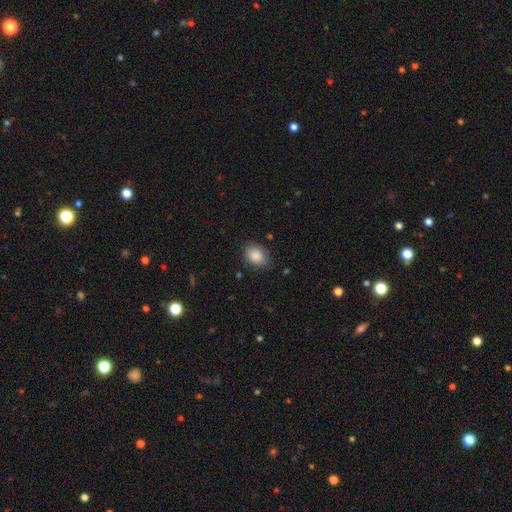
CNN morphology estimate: A smooth galaxy with no disk features (88%) that is in between round and cigar-shaped (72%).

Vote fractions:
- Smooth or featured? smooth: 88% / star or artifact: 8% / featured or disk: 5%
- How rounded? in between: 72% / round: 27% / cigar-shaped: 1%
- Merging? none: 82% / minor disturbance: 14% / major disturbance: 3% / merger: 1%